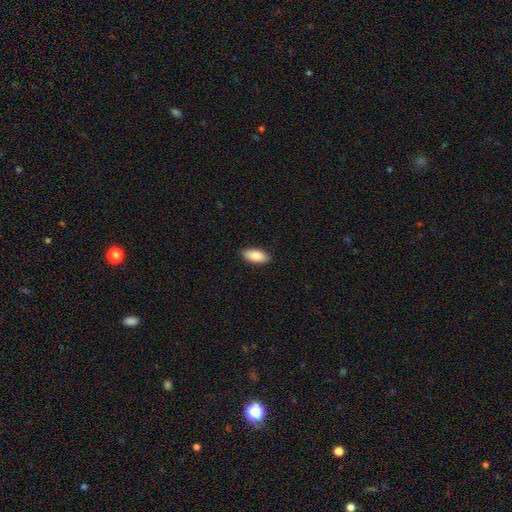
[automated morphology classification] Overall: smooth (88%). How rounded: in between (89%). Merging: none (90%).